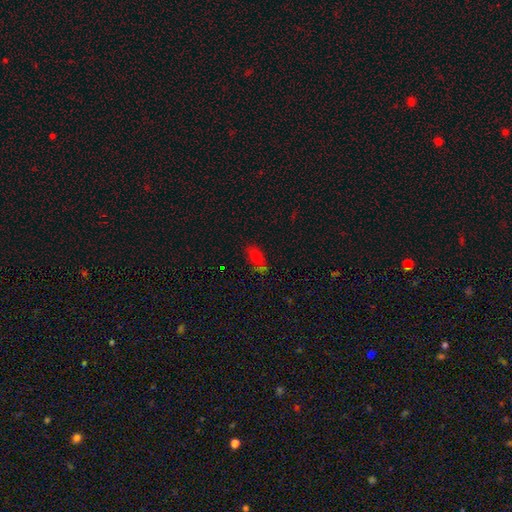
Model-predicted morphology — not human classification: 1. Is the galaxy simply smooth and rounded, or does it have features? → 59% smooth, 24% star or artifact, 16% featured or disk.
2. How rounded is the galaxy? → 82% in between, 11% round, 7% cigar-shaped.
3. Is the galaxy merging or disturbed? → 61% none, 20% minor disturbance, 12% merger, 8% major disturbance.